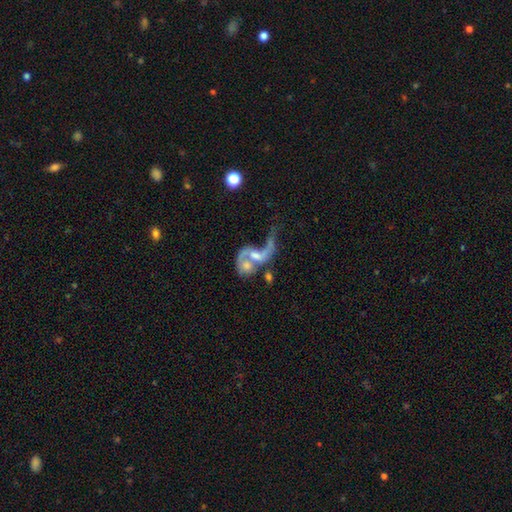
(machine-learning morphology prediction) type=featured or disk (73%); edge-on=no (96%); bar=no (61%); spiral arms=yes (74%); winding=loose (79%); arm count=2 (54%); bulge=moderate (42%); merging=merger (61%).